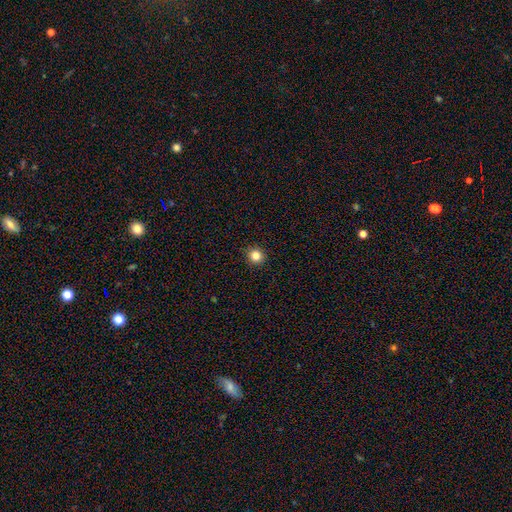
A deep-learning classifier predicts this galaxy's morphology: Smooth or featured? Predicted: smooth (p=0.83). How rounded? Predicted: round (p=0.95). Merging? Predicted: none (p=0.93).